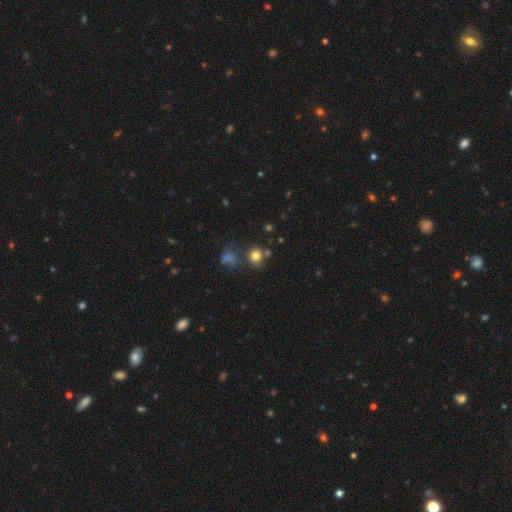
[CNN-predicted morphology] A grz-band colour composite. It shows a smooth galaxy with no disk features (76%) that is round (81%). Merging: none (66%).